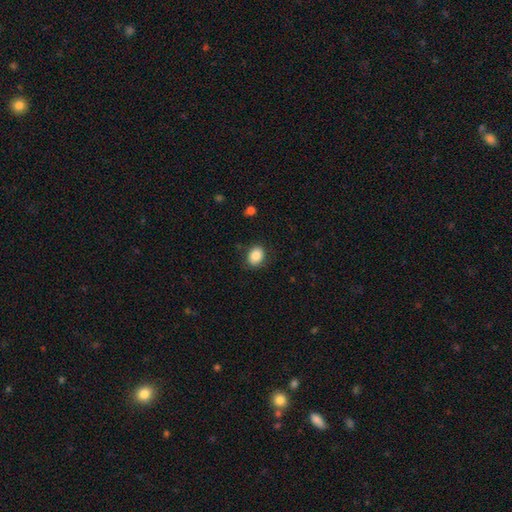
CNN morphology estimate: smooth_or_featured: smooth (p=0.85) [alt: star or artifact p=0.08]
how_rounded: in between (p=0.64) [alt: round p=0.35]
merging: none (p=0.83) [alt: minor disturbance p=0.12]